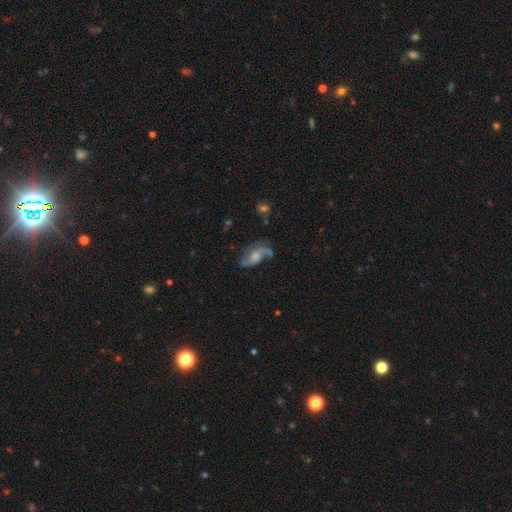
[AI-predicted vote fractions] featured or disk 71%, smooth 21%, star or artifact 8%. Down the decision tree: edge-on disk — no (95%); bar — no (66%); spiral arms — yes (89%); spiral arm count — 2 (70%); spiral winding — loose (55%); bulge size — moderate (43%); merging — none (49%).